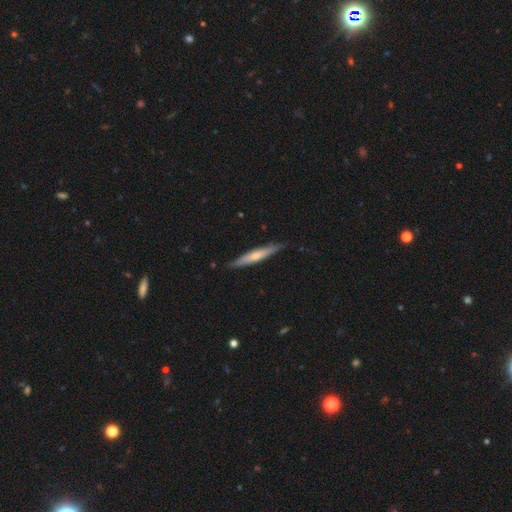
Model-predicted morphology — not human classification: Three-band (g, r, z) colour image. It shows a featured or disk galaxy (48%). Merging: none (85%).